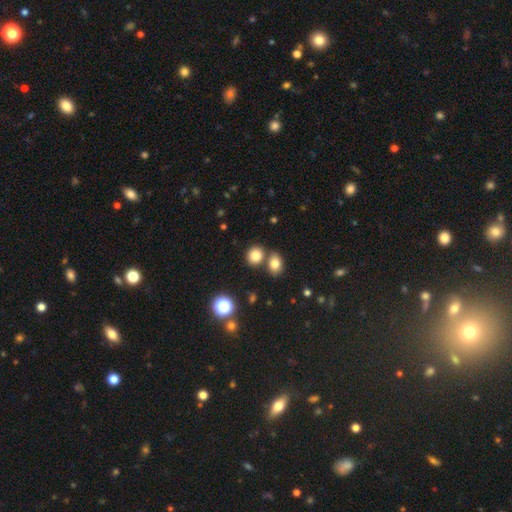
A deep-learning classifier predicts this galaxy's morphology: The model was most divided on "how rounded": round: 68%, in between: 31%, cigar-shaped: 1%. More confident: smooth or featured — smooth (80%); merging — none (66%).